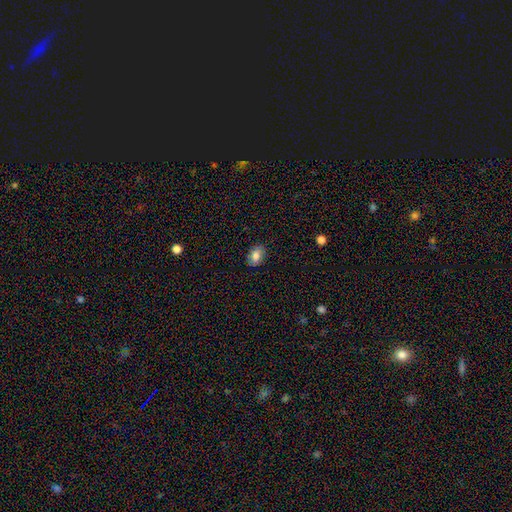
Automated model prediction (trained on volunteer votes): The model was most divided on "how rounded": in between: 80%, round: 19%, cigar-shaped: 1%. More confident: merging — none (86%); smooth or featured — smooth (82%).